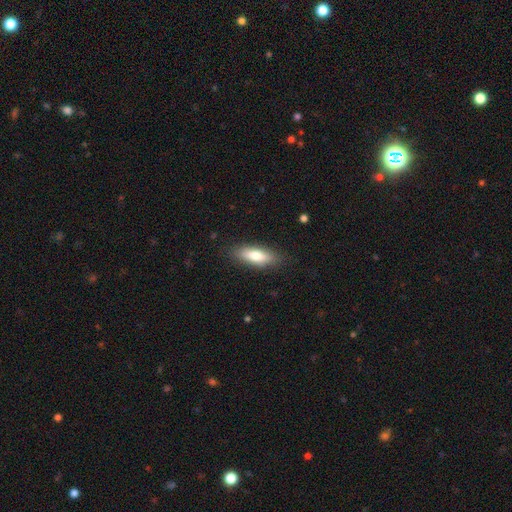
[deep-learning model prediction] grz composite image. It shows a smooth galaxy with no disk features (74%) that is in between round and cigar-shaped (60%). Merging: none (84%).